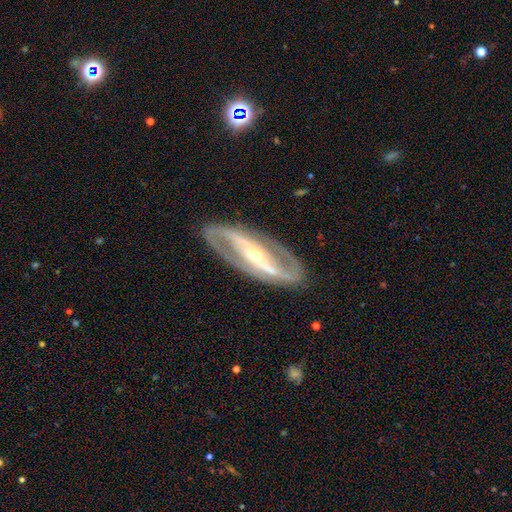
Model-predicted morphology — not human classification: This is clearly a featured or disk galaxy (90%). It is clearly not viewed edge-on (91%). Bar: likely strong (65%). Spiral arm pattern: clearly yes (93%). Spiral arm count: clearly 2 (92%). Spiral winding: possibly medium (48%). Central bulge: likely small (66%). Merging: clearly none (85%).